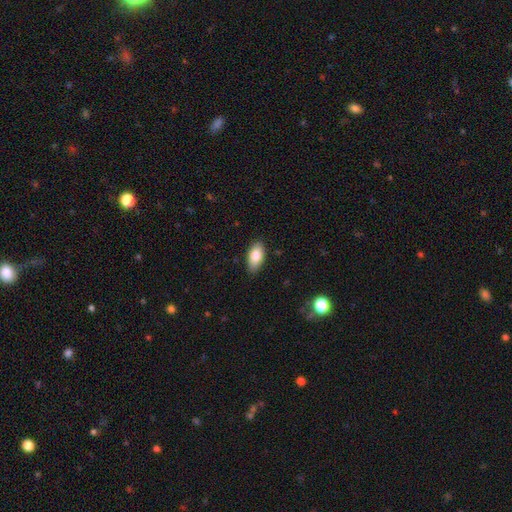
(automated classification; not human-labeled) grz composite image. It shows a smooth galaxy with no disk features (83%) that is in between round and cigar-shaped (92%). Merging: none (84%).